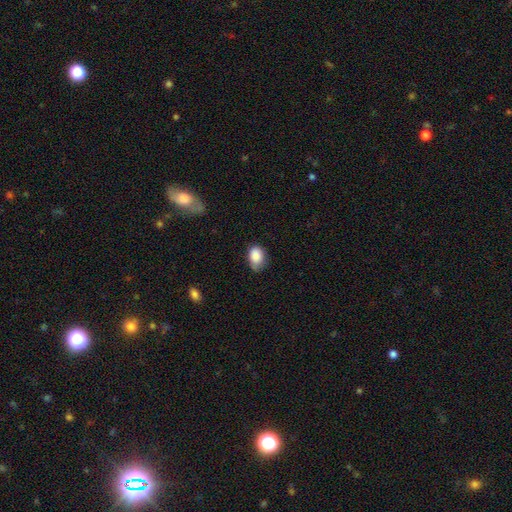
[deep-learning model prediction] Overall: smooth (87%). How rounded: in between (79%). Merging: none (59%; minor disturbance 33%).